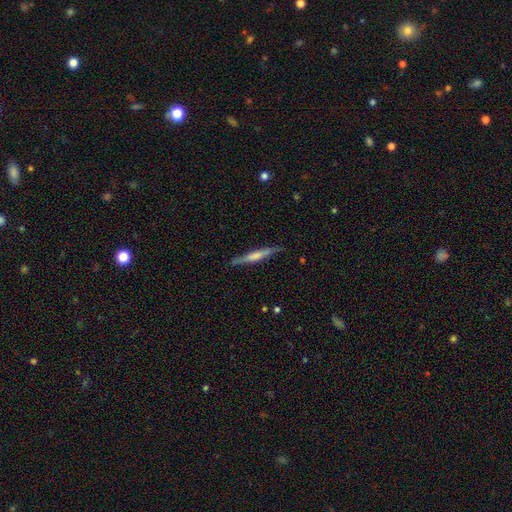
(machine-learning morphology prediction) smooth-or-featured: featured or disk: 52% | smooth: 42% | star or artifact: 6%
  disk-edge-on: yes: 96% | no: 4%
  merging: none: 86% | minor disturbance: 11% | major disturbance: 2% | merger: 1%